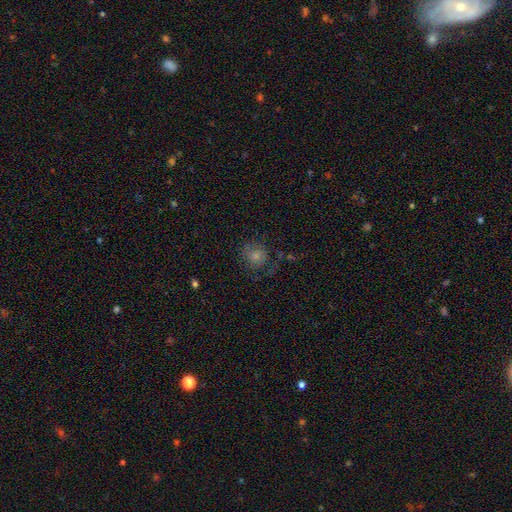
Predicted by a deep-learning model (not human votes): Smooth or featured? smooth (44%)
Merging? none (68%)